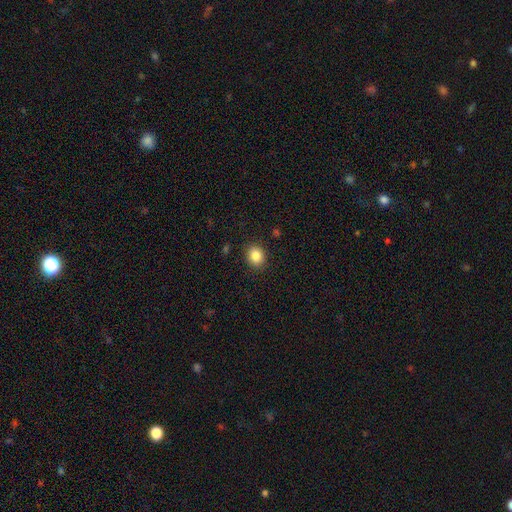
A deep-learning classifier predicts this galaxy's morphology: Smooth or featured? smooth (85%)
How rounded? round (66%)
Merging? none (90%)